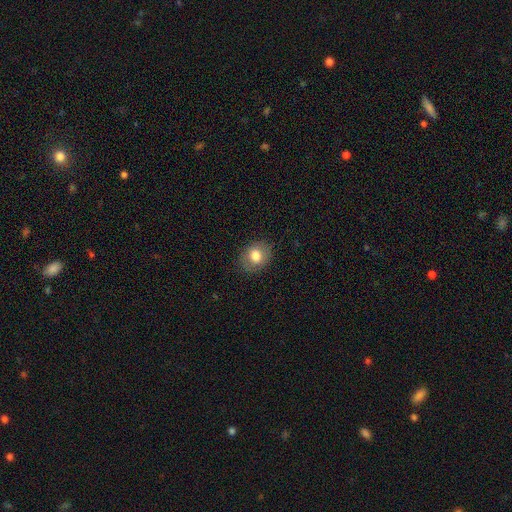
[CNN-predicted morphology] Q: Smooth or featured?
A: smooth (77%); runner-up: featured or disk (14%)
Q: How rounded?
A: round (55%); runner-up: in between (44%)
Q: Merging?
A: none (84%); runner-up: minor disturbance (12%)